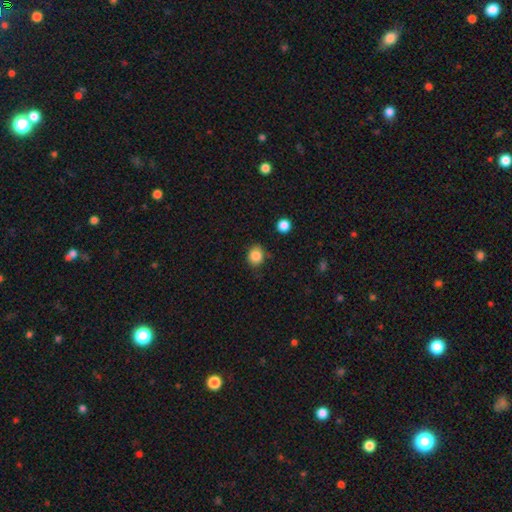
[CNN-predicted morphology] Overall: smooth (85%). How rounded: round (68%; in between 31%). Merging: none (79%).